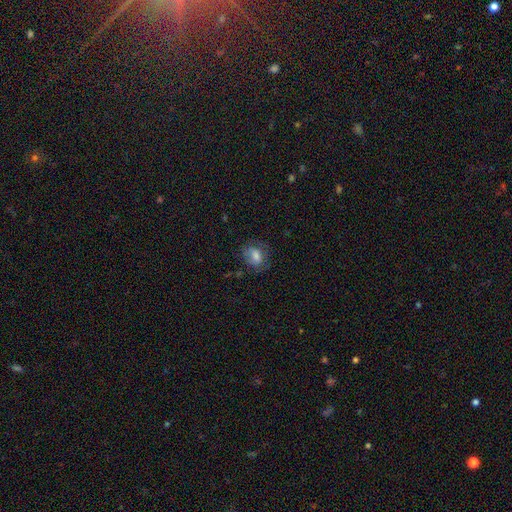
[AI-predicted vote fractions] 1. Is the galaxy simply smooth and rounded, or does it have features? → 65% smooth, 23% featured or disk, 11% star or artifact.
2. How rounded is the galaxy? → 58% in between, 41% round, 2% cigar-shaped.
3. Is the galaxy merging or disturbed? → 65% none, 21% minor disturbance, 12% major disturbance, 2% merger.